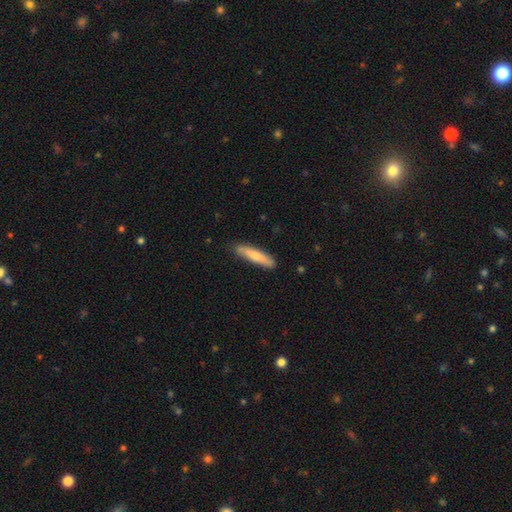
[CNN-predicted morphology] This appears to be a smooth galaxy with no disk features (72%) that is cigar-shaped (83%). Merging: none (83%).